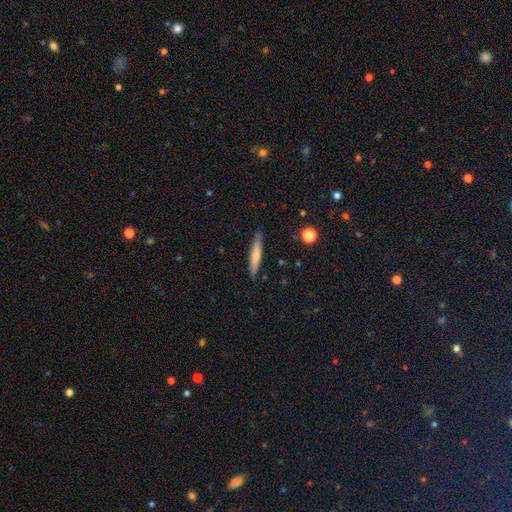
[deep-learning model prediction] Smooth or featured? Predicted: smooth (p=0.67). How rounded? Predicted: cigar-shaped (p=0.90). Merging? Predicted: none (p=0.85).